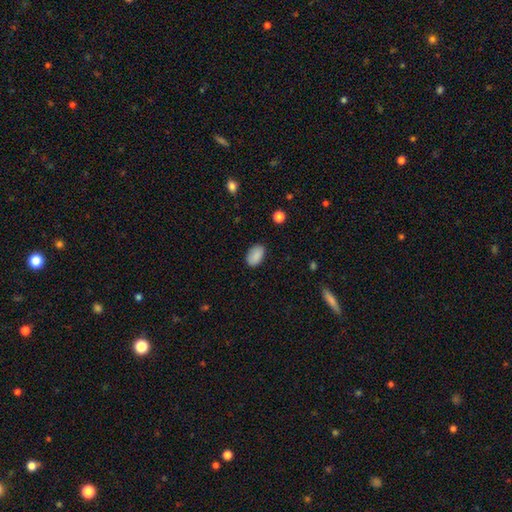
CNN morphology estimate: smooth_or_featured: smooth (p=0.88) [alt: star or artifact p=0.08]
how_rounded: in between (p=0.90) [alt: round p=0.09]
merging: none (p=0.83) [alt: minor disturbance p=0.13]